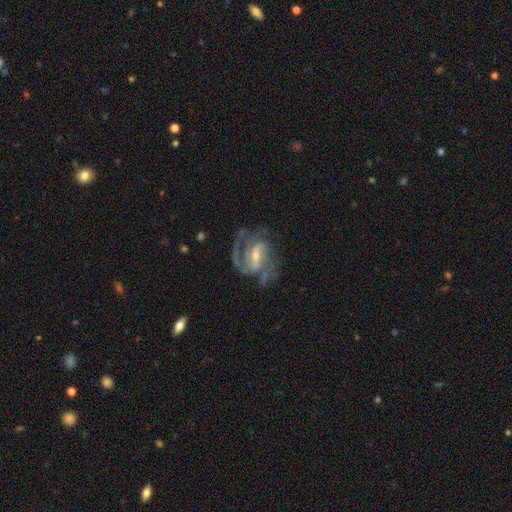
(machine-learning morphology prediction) Smooth or featured?
  - featured or disk: 89% *
  - smooth: 6%
  - star or artifact: 5%
Edge-on disk?
  - no: 97% *
  - yes: 3%
Bar?
  - weak: 48% *
  - strong: 35%
  - no: 17%
Spiral arms?
  - yes: 96% *
  - no: 4%
Spiral winding?
  - medium: 53% *
  - tight: 28%
  - loose: 18%
Spiral arm count?
  - 2: 47% *
  - 3: 26%
  - can't tell: 12%
  - 1: 6%
  - 4: 5%
  - more than 4: 4%
Bulge size?
  - small: 56% *
  - moderate: 38%
  - none: 3%
  - large: 2%
  - dominant: 1%
Merging?
  - none: 60% *
  - minor disturbance: 20%
  - major disturbance: 18%
  - merger: 2%